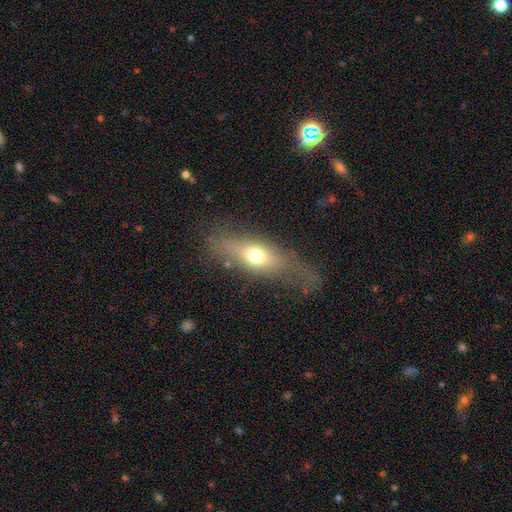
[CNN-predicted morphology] Smooth or featured?
  - smooth: 59% *
  - featured or disk: 31%
  - star or artifact: 10%
How rounded?
  - in between: 63% *
  - cigar-shaped: 29%
  - round: 8%
Merging?
  - none: 57% *
  - minor disturbance: 20%
  - major disturbance: 20%
  - merger: 3%